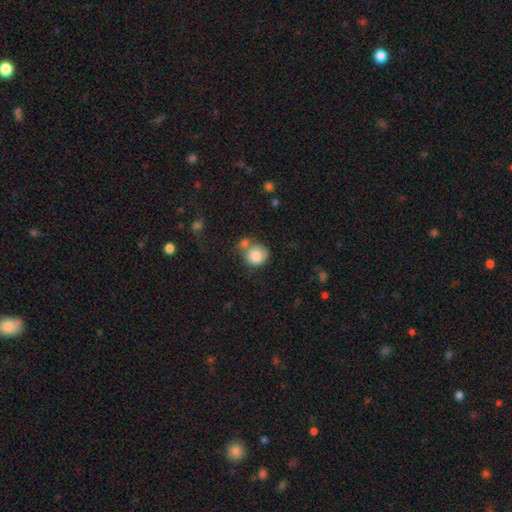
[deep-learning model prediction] Smooth or featured: smooth — 83% (featured or disk — 10%)
How rounded: round — 84% (in between — 15%)
Merging: none — 43% (merger — 34%)